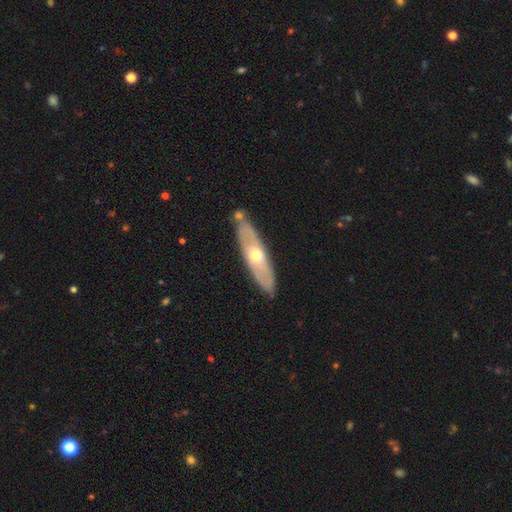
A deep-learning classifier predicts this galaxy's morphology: Smooth or featured: featured or disk — 62% (smooth — 33%)
Edge-on disk: no — 54% (yes — 46%)
Merging: none — 77% (minor disturbance — 14%)